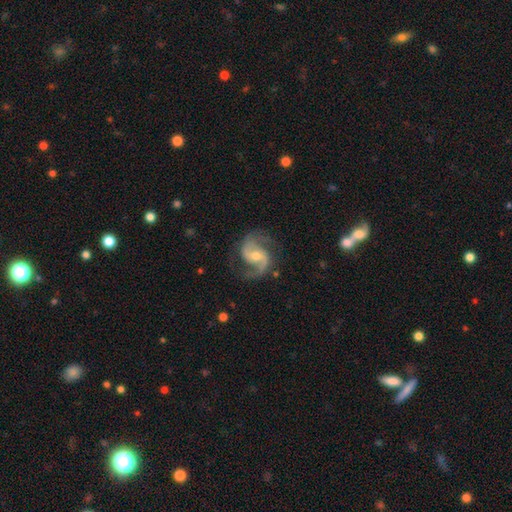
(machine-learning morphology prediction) The model was most divided on "bar" (2-way tie): no: 43%, weak: 43%, strong: 14%. More confident: edge-on disk — no (98%); spiral arms — yes (98%); spiral arm count — 2 (92%); smooth or featured — featured or disk (91%); merging — none (76%); spiral winding — medium (57%); bulge size — moderate (55%).